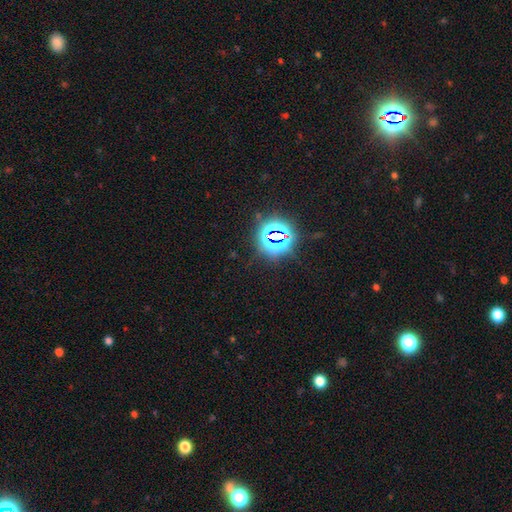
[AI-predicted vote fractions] star or artifact 81%, smooth 12%, featured or disk 7%.